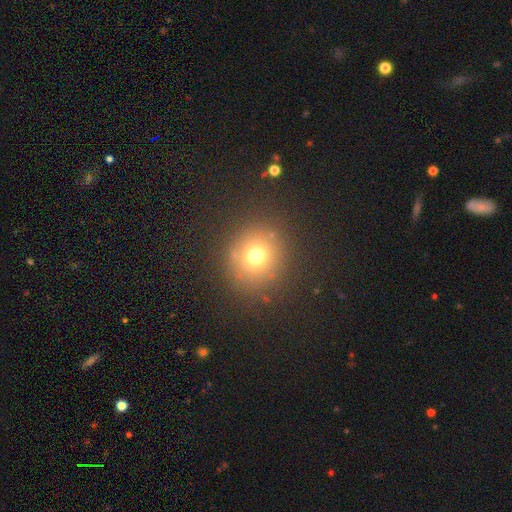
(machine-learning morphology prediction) type=smooth (70%); roundness=round (90%); merging=none (85%).